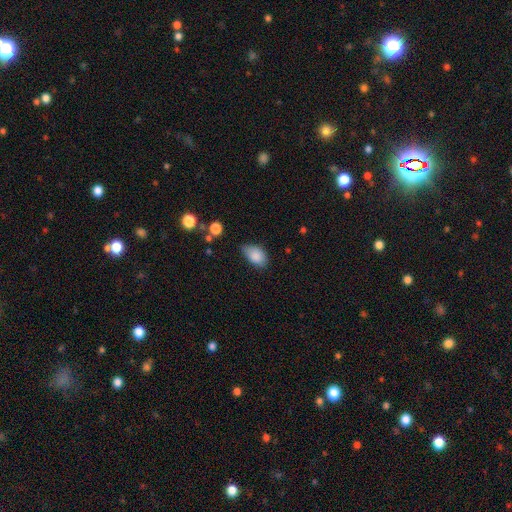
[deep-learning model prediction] smooth_or_featured: smooth (p=0.86) [alt: star or artifact p=0.08]
how_rounded: in between (p=0.87) [alt: round p=0.11]
merging: none (p=0.57) [alt: minor disturbance p=0.34]